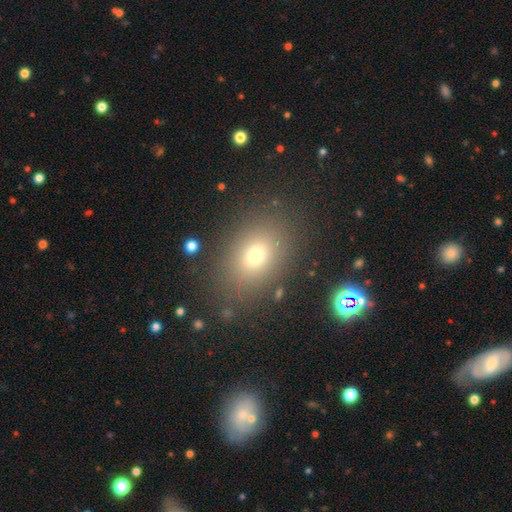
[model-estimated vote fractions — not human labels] This is likely a smooth galaxy (70%). How rounded: likely in between (63%). Merging: clearly none (83%).